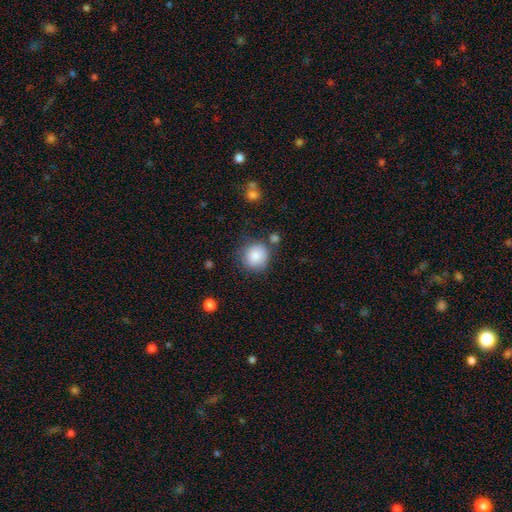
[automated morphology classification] Overall: smooth (85%). How rounded: round (87%). Merging: none (69%).